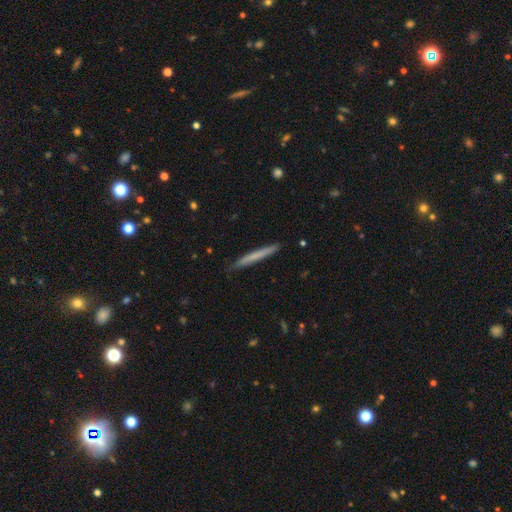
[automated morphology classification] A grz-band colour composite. It shows a smooth galaxy with no disk features (65%) that is cigar-shaped (97%). Merging: none (88%).